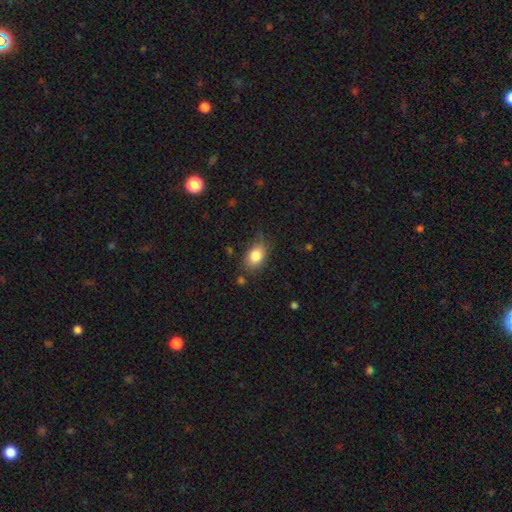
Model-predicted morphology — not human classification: A smooth galaxy with no disk features (84%) that is in between round and cigar-shaped (82%).

Vote fractions:
- Smooth or featured? smooth: 84% / star or artifact: 8% / featured or disk: 8%
- How rounded? in between: 82% / round: 16% / cigar-shaped: 2%
- Merging? none: 75% / minor disturbance: 18% / major disturbance: 4% / merger: 2%